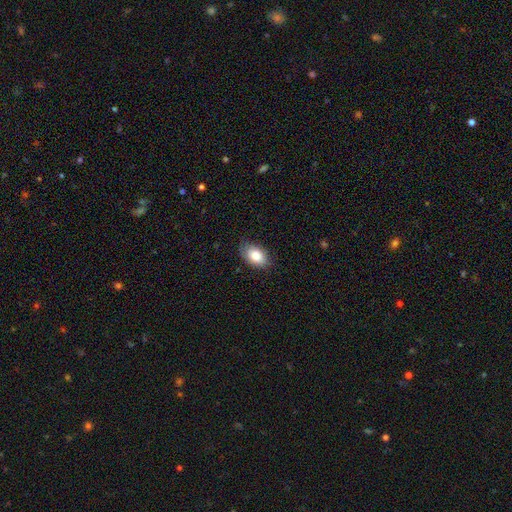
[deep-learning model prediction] Smooth or featured?
  - smooth: 83% *
  - featured or disk: 10%
  - star or artifact: 7%
How rounded?
  - in between: 90% *
  - round: 9%
  - cigar-shaped: 1%
Merging?
  - none: 81% *
  - minor disturbance: 15%
  - major disturbance: 3%
  - merger: 1%